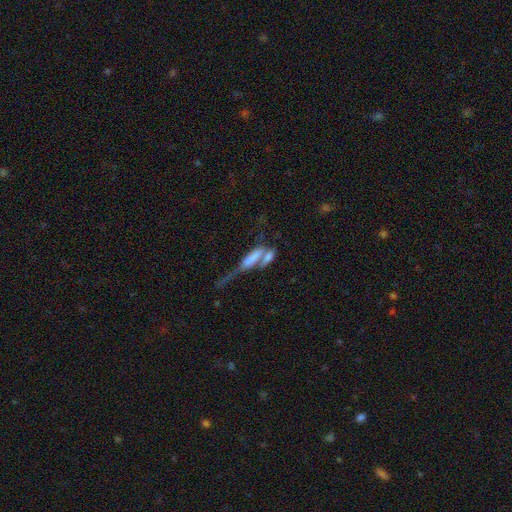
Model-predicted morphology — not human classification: Overall: smooth (46%; featured or disk 42%). Merging: merger (56%; none 18%).